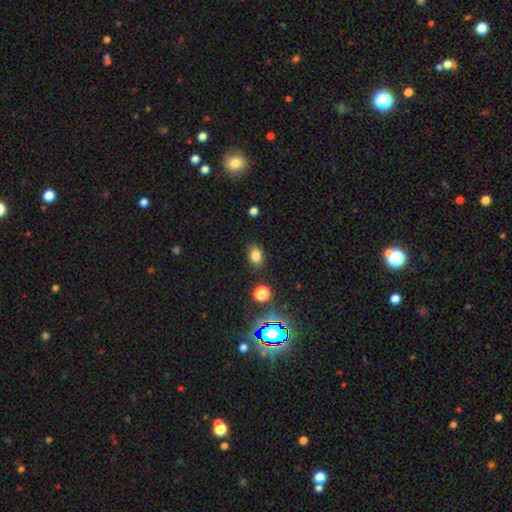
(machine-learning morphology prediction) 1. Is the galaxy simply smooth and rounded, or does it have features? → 78% smooth, 16% star or artifact, 7% featured or disk.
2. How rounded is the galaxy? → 78% in between, 21% round, 2% cigar-shaped.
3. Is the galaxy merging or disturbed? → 84% none, 11% minor disturbance, 3% major disturbance, 2% merger.